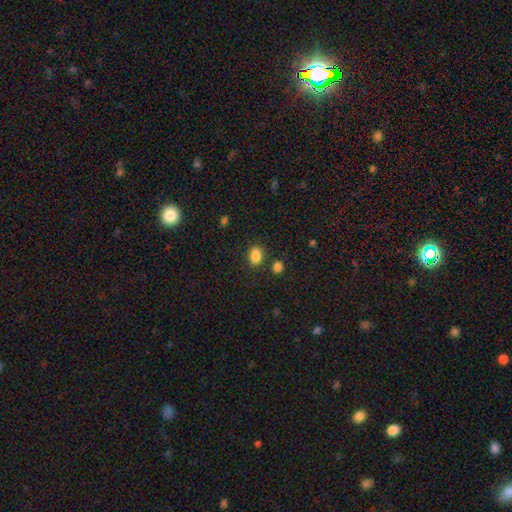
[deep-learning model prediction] This appears to be a smooth galaxy with no disk features (86%) that is in between round and cigar-shaped (71%). Merging: none (80%).